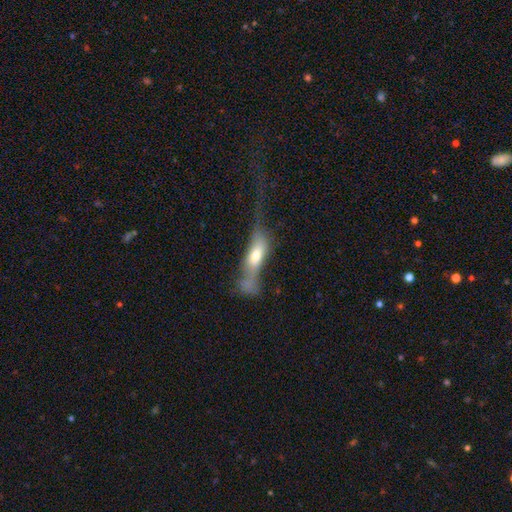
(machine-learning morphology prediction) Q: Smooth or featured?
A: smooth (60%); runner-up: featured or disk (33%)
Q: How rounded?
A: in between (58%); runner-up: cigar-shaped (39%)
Q: Merging?
A: major disturbance (44%); runner-up: none (21%)